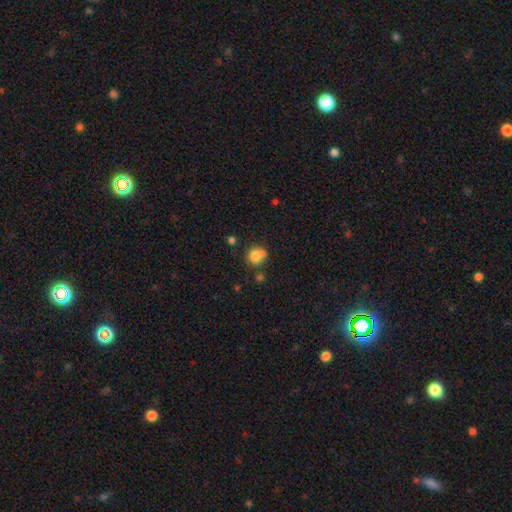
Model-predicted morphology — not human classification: smooth 78%, featured or disk 11%, star or artifact 11%. Down the decision tree: how rounded — round (79%); merging — none (48%).